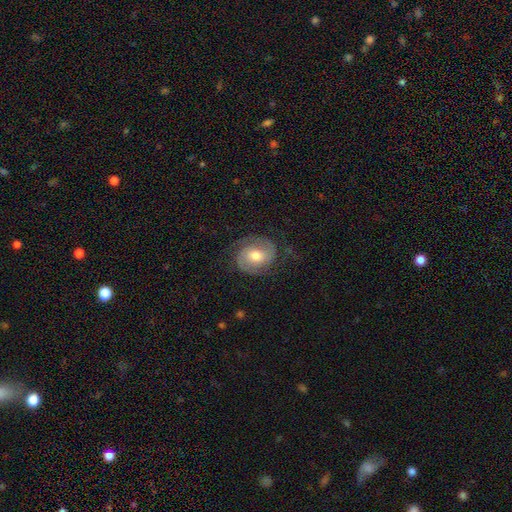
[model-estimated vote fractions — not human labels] Overall: featured or disk (77%). Edge-on disk: no (98%). Bar: no (44%; weak 42%). Spiral arms: yes (93%). Spiral arm count: 2 (88%). Spiral winding: medium (46%; tight 39%). Bulge size: moderate (70%). Merging: none (75%).